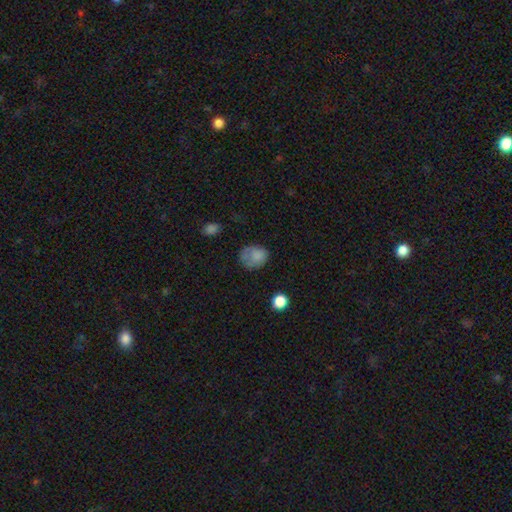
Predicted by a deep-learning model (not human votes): Q: Smooth or featured?
A: smooth (77%); runner-up: featured or disk (13%)
Q: How rounded?
A: round (59%); runner-up: in between (40%)
Q: Merging?
A: none (59%); runner-up: minor disturbance (27%)